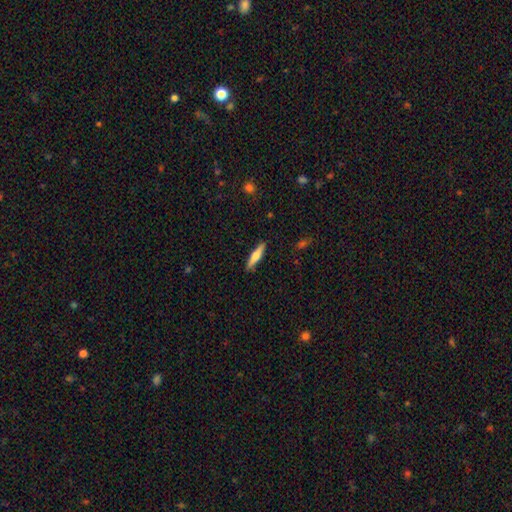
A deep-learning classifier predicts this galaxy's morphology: The model was most divided on "smooth or featured": smooth: 56%, featured or disk: 38%, star or artifact: 6%. More confident: merging — none (88%); how rounded — cigar-shaped (83%).